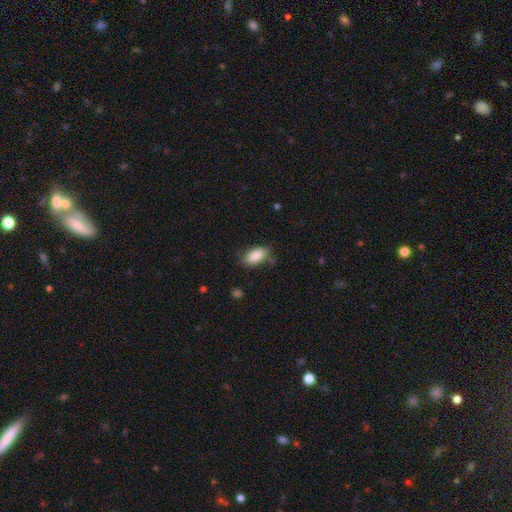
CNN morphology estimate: A smooth galaxy with no disk features (88%) that is in between round and cigar-shaped (93%). Merging: none (73%).